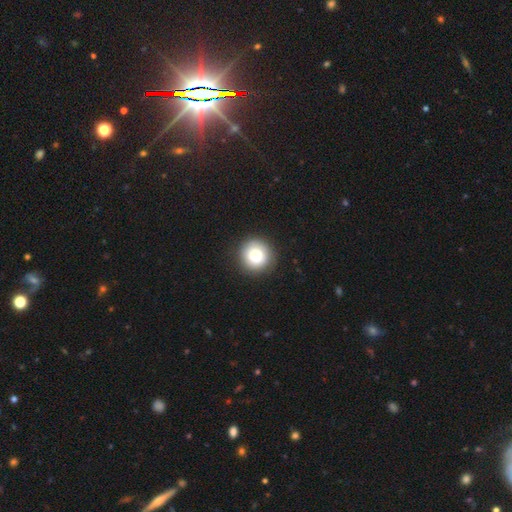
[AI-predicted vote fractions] This is clearly a smooth galaxy (81%). How rounded: clearly round (94%). Merging: clearly none (89%).